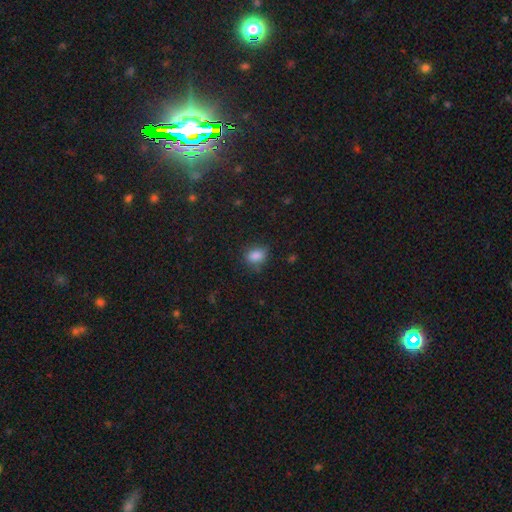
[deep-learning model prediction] smooth-or-featured: smooth: 84% | star or artifact: 11% | featured or disk: 6%
  how-rounded: in between: 64% | round: 35% | cigar-shaped: 2%
  merging: none: 73% | minor disturbance: 20% | major disturbance: 5% | merger: 2%